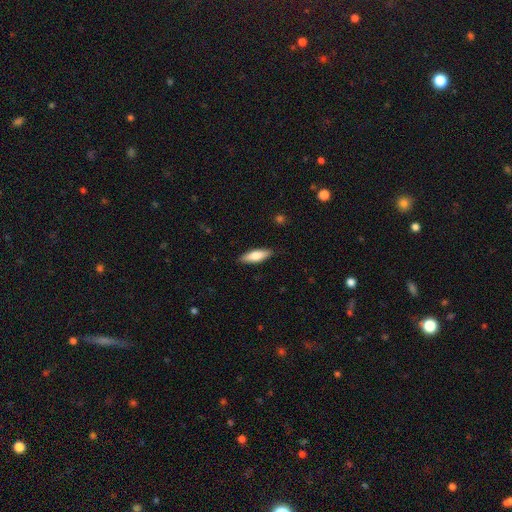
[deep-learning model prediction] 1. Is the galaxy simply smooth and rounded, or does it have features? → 75% smooth, 20% featured or disk, 6% star or artifact.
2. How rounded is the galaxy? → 55% in between, 43% cigar-shaped, 2% round.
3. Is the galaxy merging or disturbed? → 88% none, 9% minor disturbance, 2% major disturbance, 1% merger.